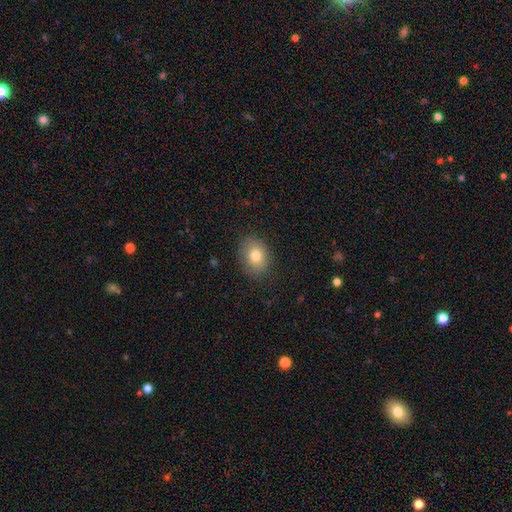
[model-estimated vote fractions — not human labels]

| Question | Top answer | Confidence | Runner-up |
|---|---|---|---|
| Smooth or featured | smooth | 78% | featured or disk (12%) |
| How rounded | in between | 56% | round (43%) |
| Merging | none | 84% | minor disturbance (12%) |